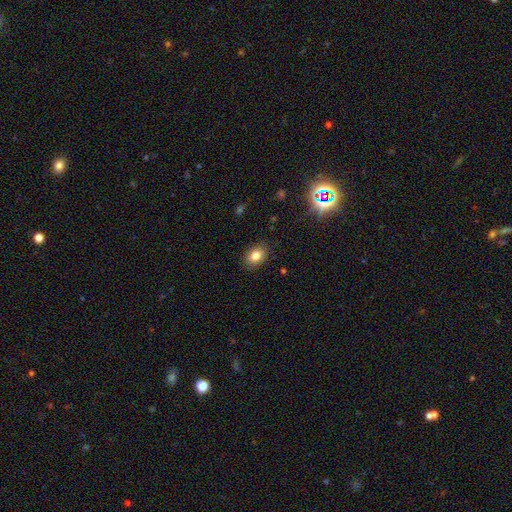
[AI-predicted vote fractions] smooth_or_featured: smooth (p=0.82) [alt: star or artifact p=0.10]
how_rounded: in between (p=0.76) [alt: round p=0.23]
merging: none (p=0.86) [alt: minor disturbance p=0.10]